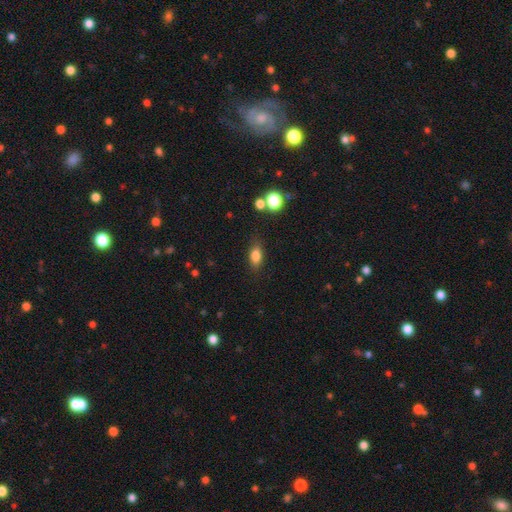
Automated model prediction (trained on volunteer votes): Q: Smooth or featured?
A: smooth (81%); runner-up: star or artifact (10%)
Q: How rounded?
A: in between (80%); runner-up: round (11%)
Q: Merging?
A: none (81%); runner-up: minor disturbance (12%)